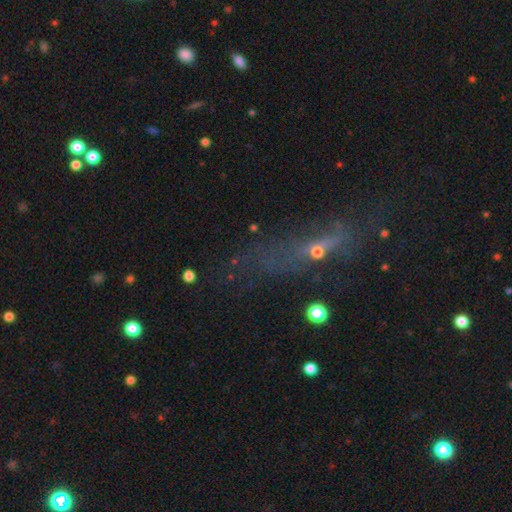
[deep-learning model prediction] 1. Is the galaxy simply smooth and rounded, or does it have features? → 37% star or artifact, 33% smooth, 30% featured or disk.